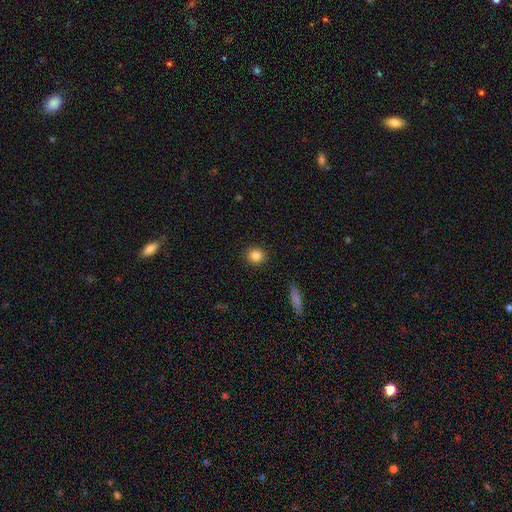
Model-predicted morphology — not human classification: This is clearly a smooth galaxy (85%). How rounded: clearly round (83%). Merging: clearly none (91%).